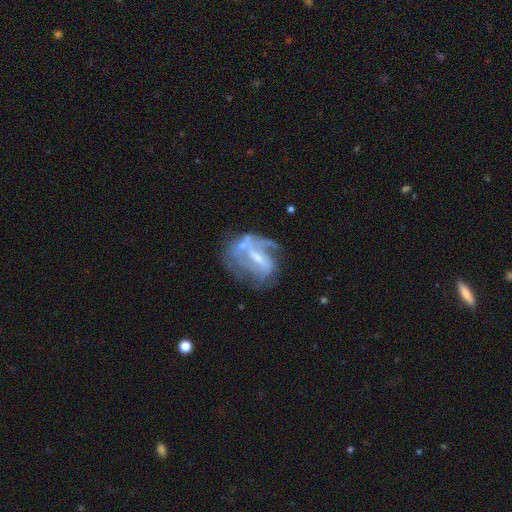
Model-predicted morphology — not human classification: featured or disk 76%, smooth 15%, star or artifact 9%. Down the decision tree: edge-on disk — no (95%); bar — strong (43%); spiral arms — yes (69%); bulge size — small (45%); merging — none (43%).